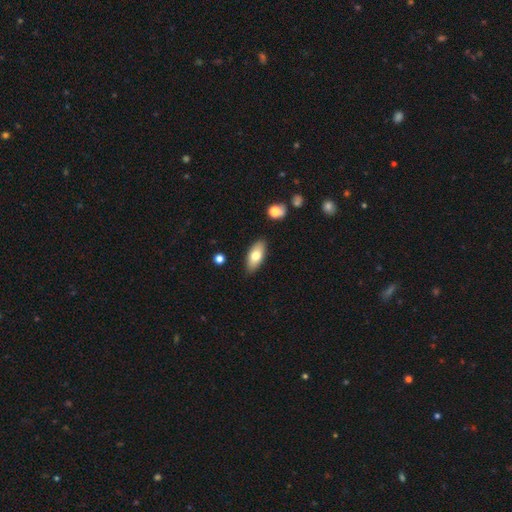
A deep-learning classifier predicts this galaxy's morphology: type=smooth (75%); roundness=in between (86%); merging=none (87%).